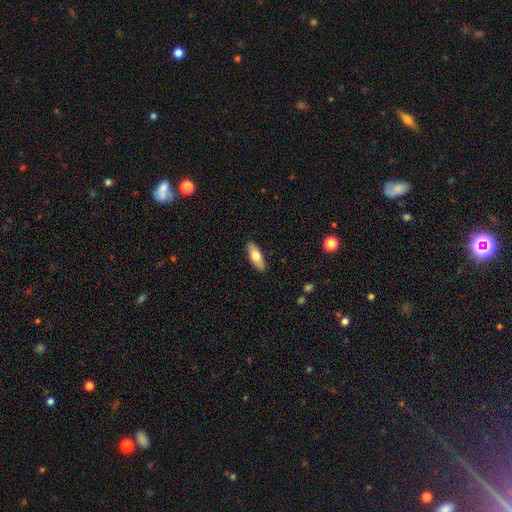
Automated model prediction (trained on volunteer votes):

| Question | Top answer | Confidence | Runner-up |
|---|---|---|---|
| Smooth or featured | smooth | 70% | featured or disk (24%) |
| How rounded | in between | 70% | cigar-shaped (28%) |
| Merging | none | 88% | minor disturbance (9%) |